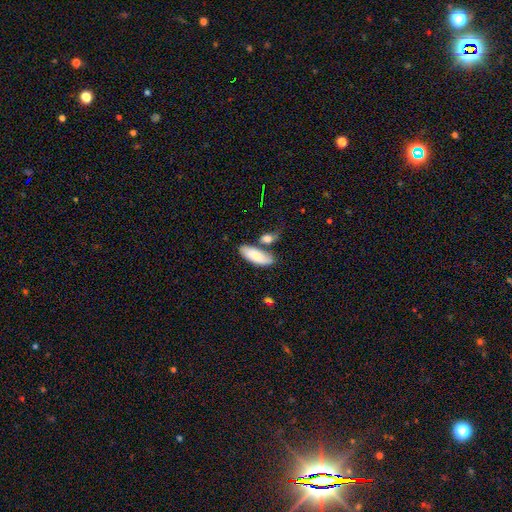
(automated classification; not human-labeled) Smooth or featured?
  - smooth: 79% *
  - featured or disk: 15%
  - star or artifact: 6%
How rounded?
  - in between: 75% *
  - cigar-shaped: 22%
  - round: 3%
Merging?
  - none: 60% *
  - merger: 19%
  - minor disturbance: 16%
  - major disturbance: 5%